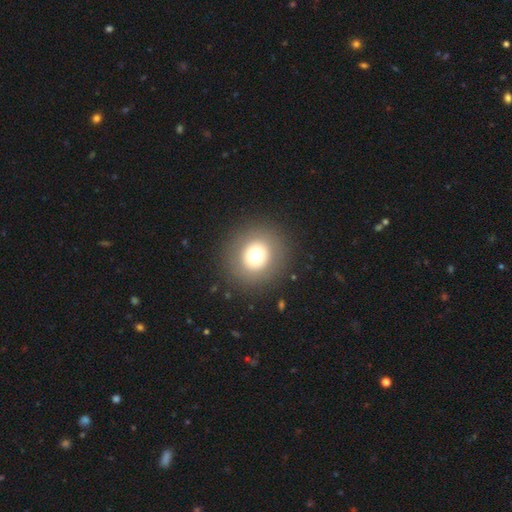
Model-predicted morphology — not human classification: A smooth galaxy with no disk features (70%) that is round (92%).

Vote fractions:
- Smooth or featured? smooth: 70% / featured or disk: 17% / star or artifact: 13%
- How rounded? round: 92% / in between: 7% / cigar-shaped: 1%
- Merging? none: 89% / minor disturbance: 6% / major disturbance: 4% / merger: 1%